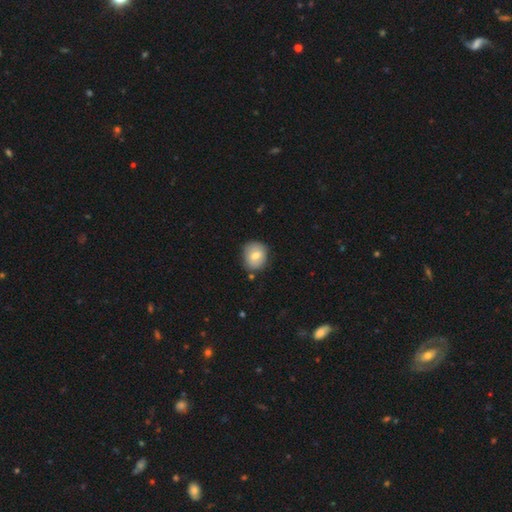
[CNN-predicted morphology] smooth-or-featured: smooth: 73% | featured or disk: 19% | star or artifact: 8%
  how-rounded: round: 74% | in between: 25% | cigar-shaped: 1%
  merging: none: 78% | minor disturbance: 16% | major disturbance: 3% | merger: 3%